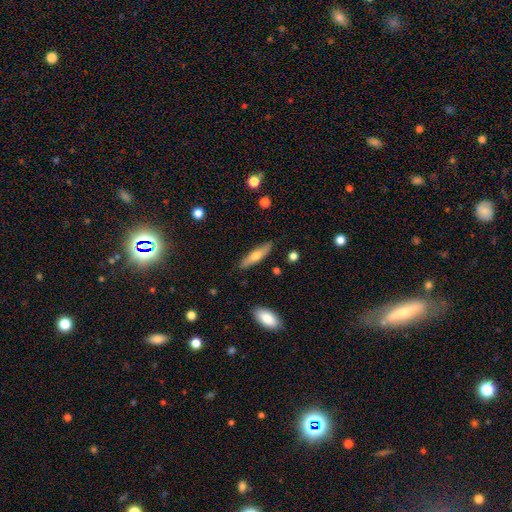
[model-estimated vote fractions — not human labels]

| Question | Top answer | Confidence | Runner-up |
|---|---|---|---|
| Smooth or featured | smooth | 60% | featured or disk (34%) |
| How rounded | cigar-shaped | 73% | in between (25%) |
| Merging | none | 86% | minor disturbance (10%) |